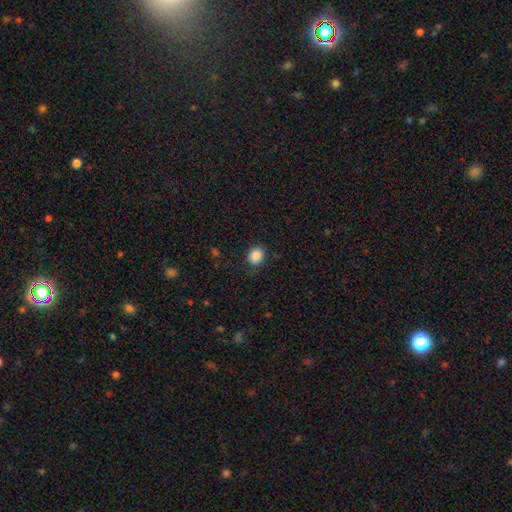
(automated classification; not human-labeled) Smooth or featured? Predicted: smooth (p=0.88). How rounded? Predicted: round (p=0.64). Merging? Predicted: none (p=0.83).